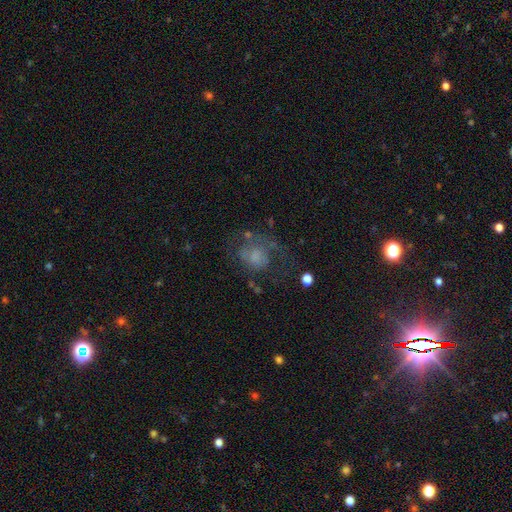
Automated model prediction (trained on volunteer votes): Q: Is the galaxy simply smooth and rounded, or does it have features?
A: featured or disk — 44%.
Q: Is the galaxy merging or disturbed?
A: major disturbance — 38%, tied with none.